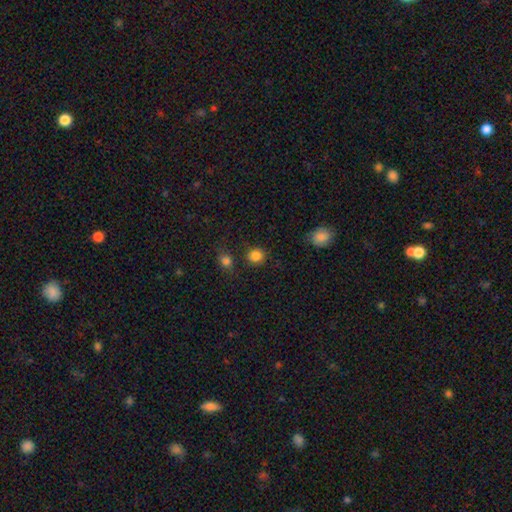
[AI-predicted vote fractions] A smooth galaxy with no disk features (85%) that is round (87%). Merging: none (82%).